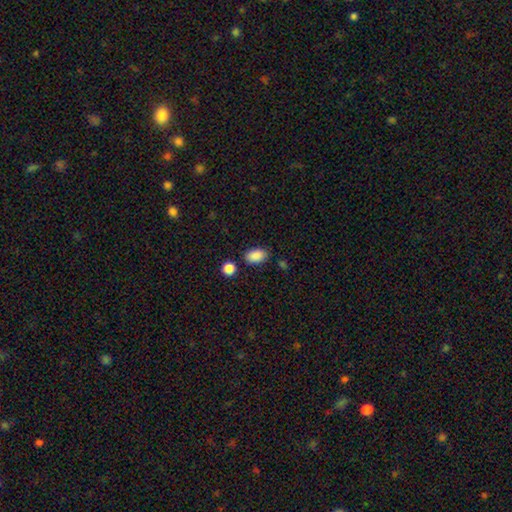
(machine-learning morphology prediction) The model was most divided on "merging": none: 80%, minor disturbance: 13%, merger: 4%, major disturbance: 3%. More confident: smooth or featured — smooth (88%); how rounded — in between (87%).